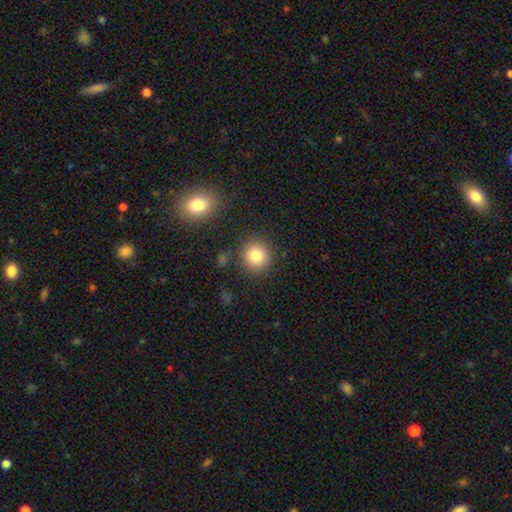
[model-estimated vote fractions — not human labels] A smooth galaxy with no disk features (81%) that is round (92%). Merging: none (87%).